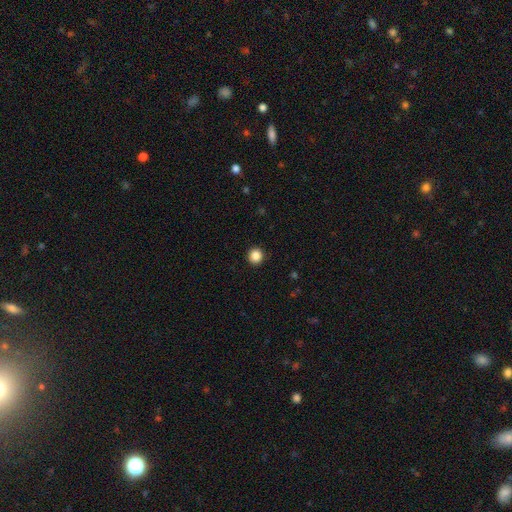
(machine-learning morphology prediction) Q: Smooth or featured?
A: smooth (87%); runner-up: star or artifact (10%)
Q: How rounded?
A: round (95%); runner-up: in between (4%)
Q: Merging?
A: none (93%); runner-up: minor disturbance (4%)